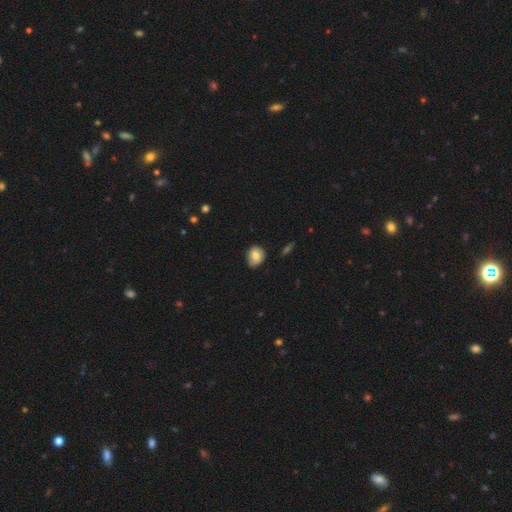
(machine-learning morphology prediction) smooth-or-featured: smooth: 76% | featured or disk: 15% | star or artifact: 8%
  how-rounded: round: 58% | in between: 41% | cigar-shaped: 1%
  merging: none: 71% | minor disturbance: 24% | major disturbance: 4% | merger: 2%